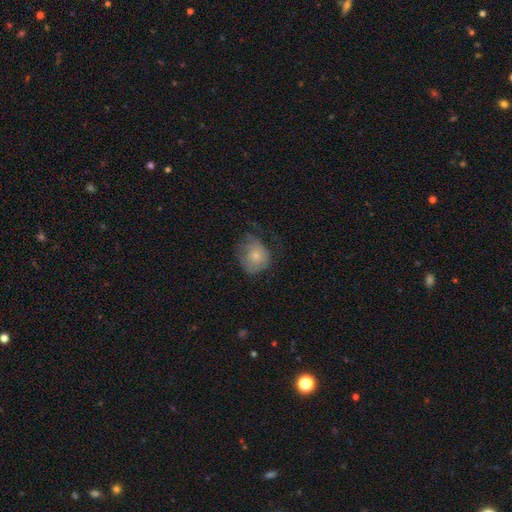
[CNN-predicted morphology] This is likely a smooth galaxy (63%). How rounded: likely round (71%). Merging: marginally none (41%).